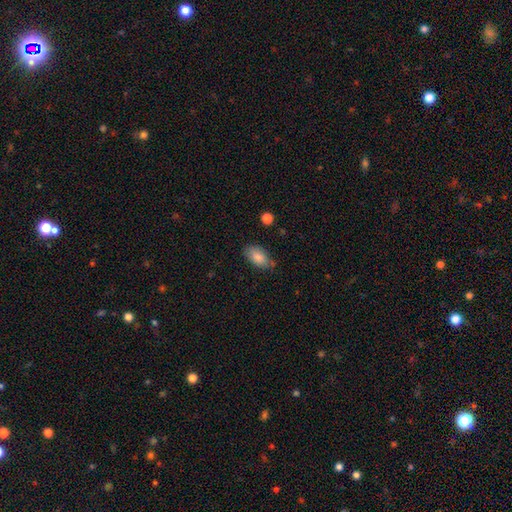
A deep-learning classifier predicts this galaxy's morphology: Smooth or featured?
  - smooth: 82% *
  - featured or disk: 9%
  - star or artifact: 9%
How rounded?
  - in between: 92% *
  - round: 5%
  - cigar-shaped: 3%
Merging?
  - none: 74% *
  - minor disturbance: 20%
  - major disturbance: 4%
  - merger: 2%